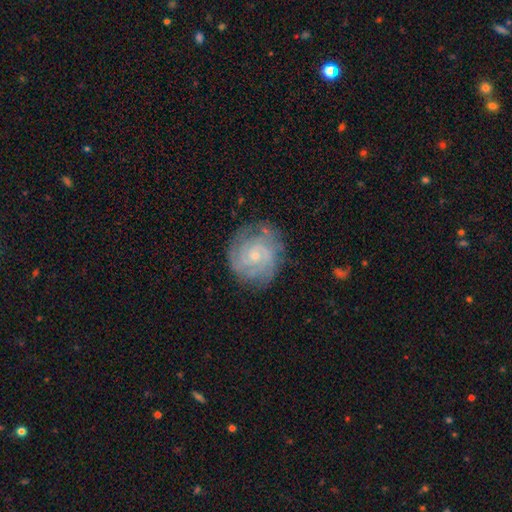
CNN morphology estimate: Smooth or featured: featured or disk — 79% (smooth — 14%)
Edge-on disk: no — 98% (yes — 2%)
Bar: no — 71% (weak — 25%)
Spiral arms: yes — 94% (no — 6%)
Spiral winding: tight — 70% (medium — 25%)
Spiral arm count: can't tell — 32% (2 — 30%)
Bulge size: small — 71% (moderate — 24%)
Merging: none — 76% (minor disturbance — 16%)